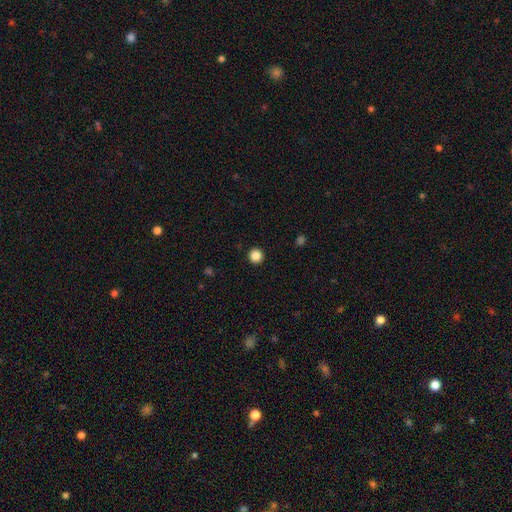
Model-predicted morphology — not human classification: Smooth or featured? smooth (86%)
How rounded? round (96%)
Merging? none (94%)